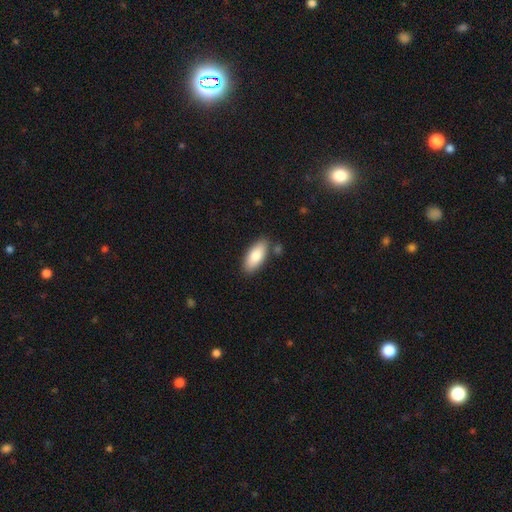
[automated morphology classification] type=smooth (83%); roundness=in between (85%); merging=none (80%).